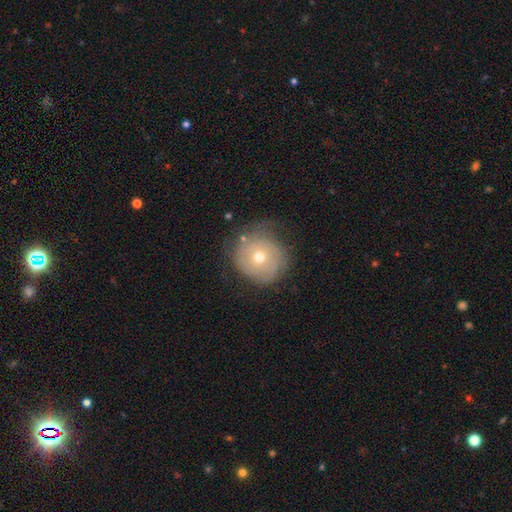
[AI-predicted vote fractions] smooth_or_featured: featured or disk (p=0.49) [alt: smooth p=0.40]
merging: none (p=0.65) [alt: minor disturbance p=0.23]